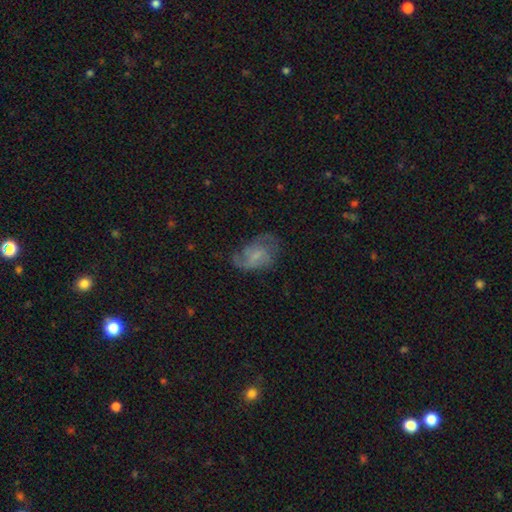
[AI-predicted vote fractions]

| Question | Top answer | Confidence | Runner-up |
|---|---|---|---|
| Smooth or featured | featured or disk | 61% | smooth (30%) |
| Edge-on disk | no | 97% | yes (3%) |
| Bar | weak | 47% | no (43%) |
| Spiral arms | yes | 82% | no (18%) |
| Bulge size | small | 46% | none (31%) |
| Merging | none | 51% | minor disturbance (26%) |